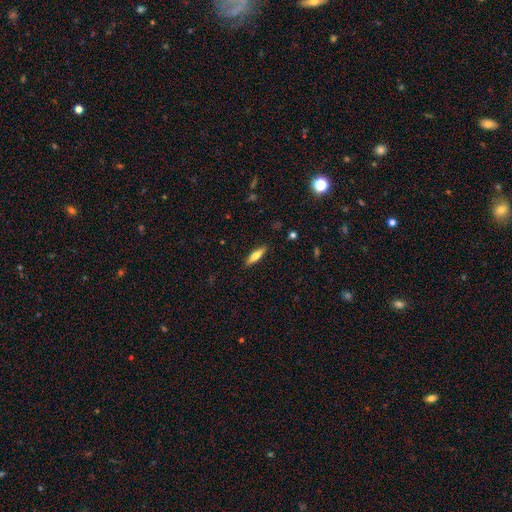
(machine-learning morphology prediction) smooth 65%, featured or disk 29%, star or artifact 6%. Down the decision tree: how rounded — cigar-shaped (67%); merging — none (89%).